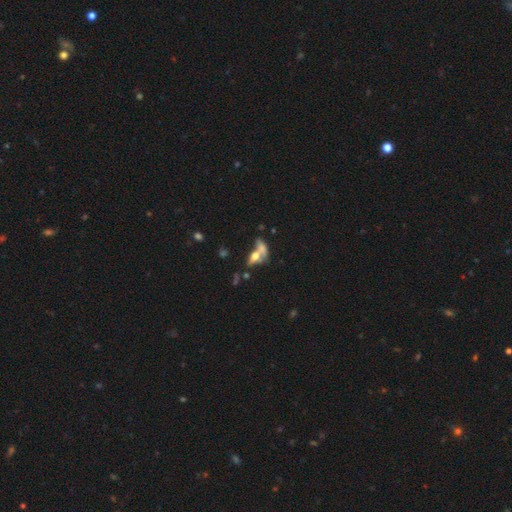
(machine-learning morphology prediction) This appears to be a smooth galaxy with no disk features (55%) that is in between round and cigar-shaped (71%). Merging: merger (55%).